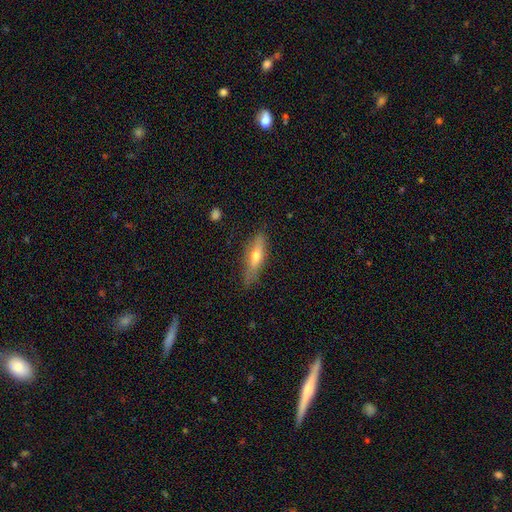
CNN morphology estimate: Smooth or featured?
  - smooth: 48% *
  - featured or disk: 45%
  - star or artifact: 6%
Merging?
  - none: 78% *
  - minor disturbance: 17%
  - major disturbance: 3%
  - merger: 2%